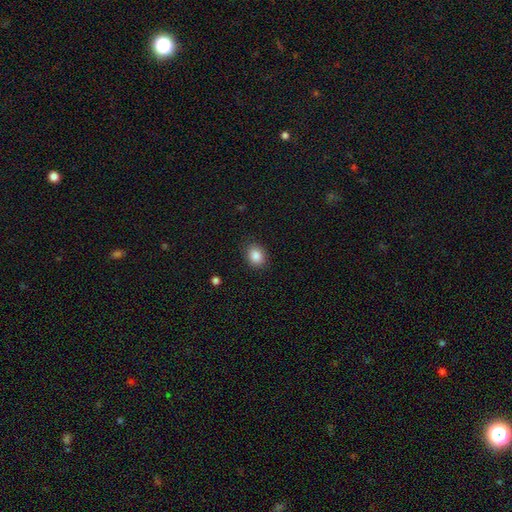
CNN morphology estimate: Smooth or featured? Predicted: smooth (p=0.87). How rounded? Predicted: in between (p=0.57). Merging? Predicted: none (p=0.87).